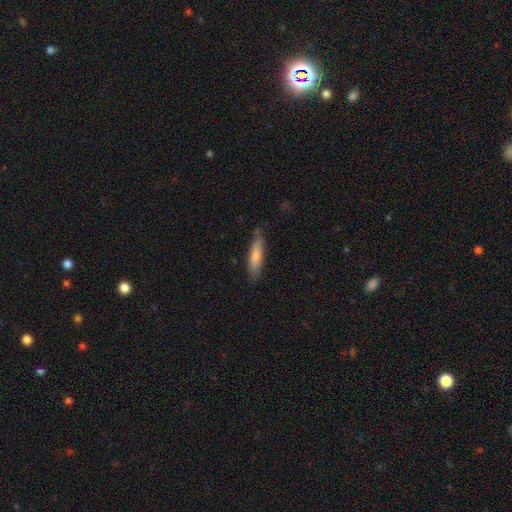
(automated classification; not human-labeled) smooth 80%, featured or disk 14%, star or artifact 5%. Down the decision tree: how rounded — cigar-shaped (70%); merging — none (74%).